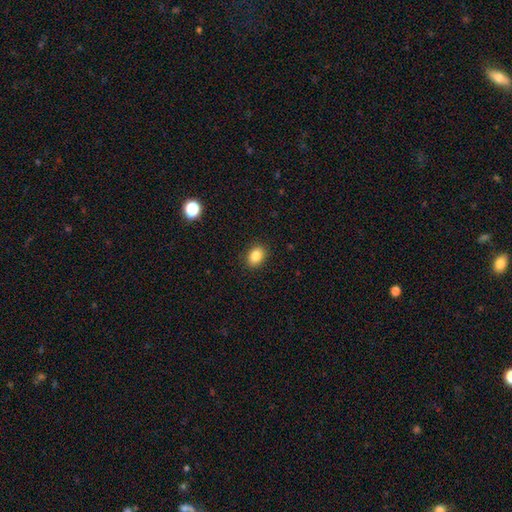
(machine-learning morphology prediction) Q: Smooth or featured?
A: smooth (84%); runner-up: star or artifact (10%)
Q: How rounded?
A: in between (66%); runner-up: round (33%)
Q: Merging?
A: none (89%); runner-up: minor disturbance (8%)